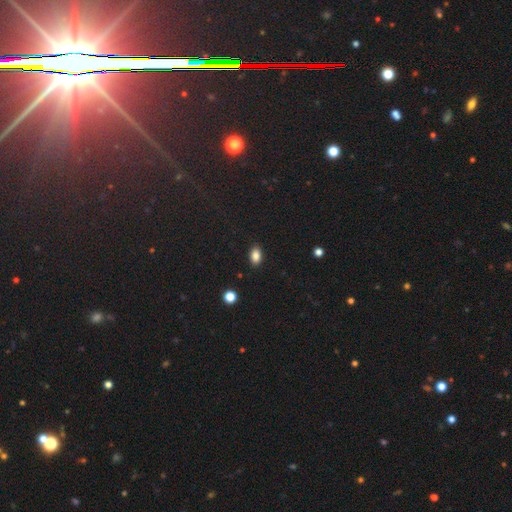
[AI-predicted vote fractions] smooth 85%, star or artifact 10%, featured or disk 5%. Down the decision tree: how rounded — in between (88%); merging — none (88%).